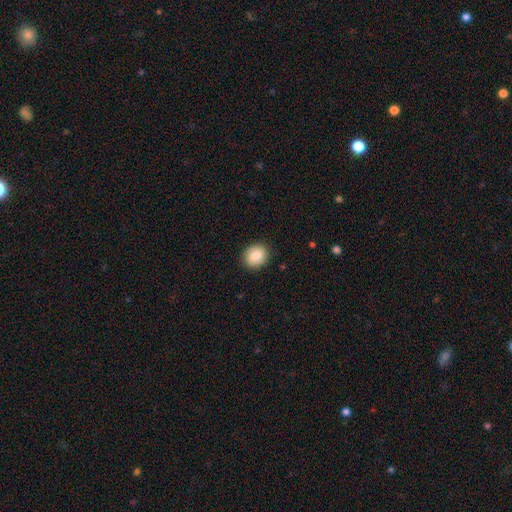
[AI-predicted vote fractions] Smooth or featured: smooth — 84% (featured or disk — 8%)
How rounded: round — 71% (in between — 28%)
Merging: none — 89% (minor disturbance — 8%)